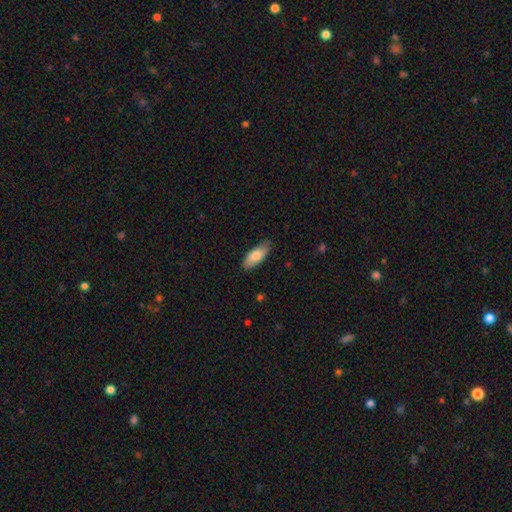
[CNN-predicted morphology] smooth-or-featured: smooth: 80% | featured or disk: 14% | star or artifact: 6%
  how-rounded: in between: 79% | cigar-shaped: 20% | round: 2%
  merging: none: 82% | minor disturbance: 15% | major disturbance: 2% | merger: 1%